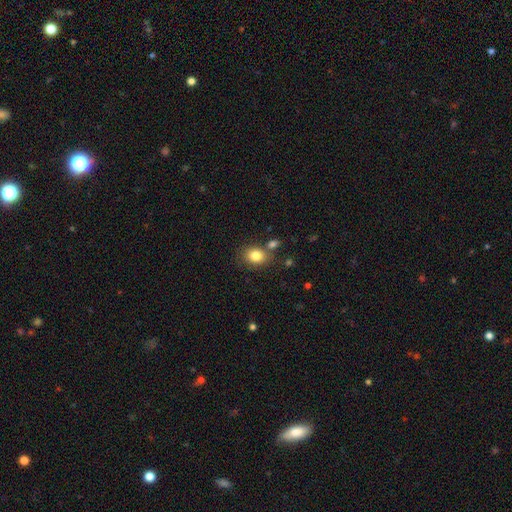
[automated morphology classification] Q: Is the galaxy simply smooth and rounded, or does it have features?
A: smooth — 83%.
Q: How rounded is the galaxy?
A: in between — 59%.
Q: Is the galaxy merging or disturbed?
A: none — 69%.